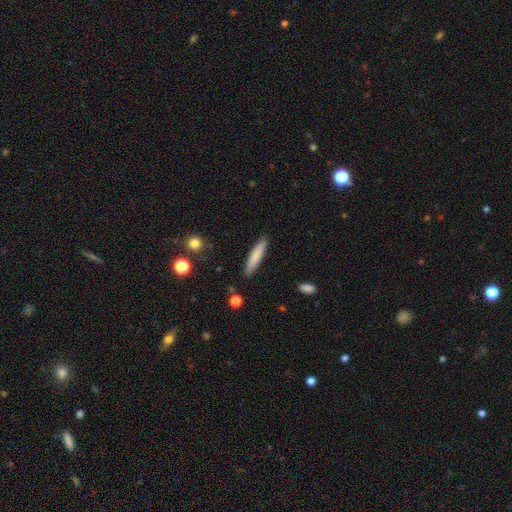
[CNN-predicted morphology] Smooth or featured?
  - smooth: 78% *
  - featured or disk: 16%
  - star or artifact: 6%
How rounded?
  - cigar-shaped: 89% *
  - in between: 10%
  - round: 1%
Merging?
  - none: 89% *
  - minor disturbance: 8%
  - major disturbance: 2%
  - merger: 1%